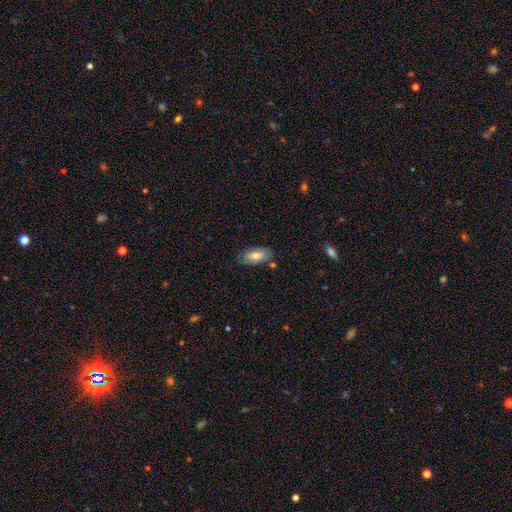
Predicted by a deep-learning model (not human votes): The model was most divided on "smooth or featured": smooth: 70%, featured or disk: 23%, star or artifact: 7%. More confident: how rounded — in between (91%); merging — none (77%).